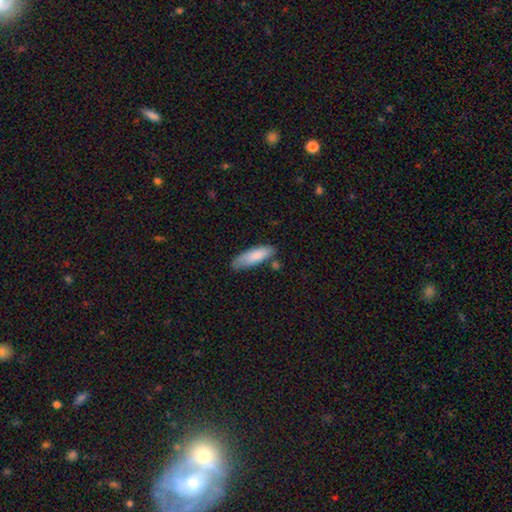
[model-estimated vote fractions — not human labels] This appears to be a smooth galaxy with no disk features (82%) that is in between round and cigar-shaped (52%). Merging: none (67%).